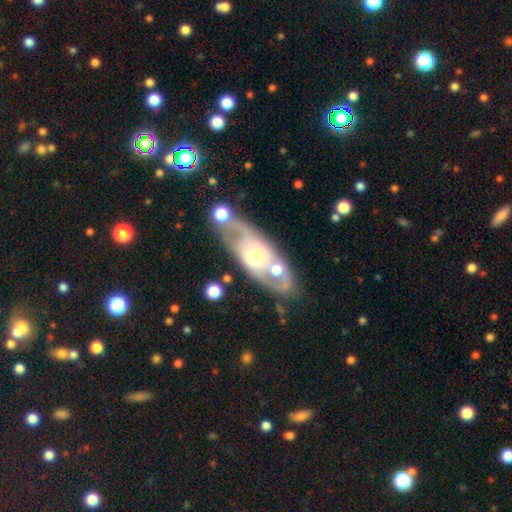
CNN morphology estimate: smooth-or-featured: featured or disk: 68% | smooth: 26% | star or artifact: 7%
  disk-edge-on: no: 85% | yes: 15%
    bar: no: 76% | weak: 19% | strong: 5%
    has-spiral-arms: yes: 58% | no: 42%
    bulge-size: small: 48% | moderate: 42% | large: 6% | none: 3% | dominant: 2%
  merging: none: 47% | merger: 25% | minor disturbance: 17% | major disturbance: 10%